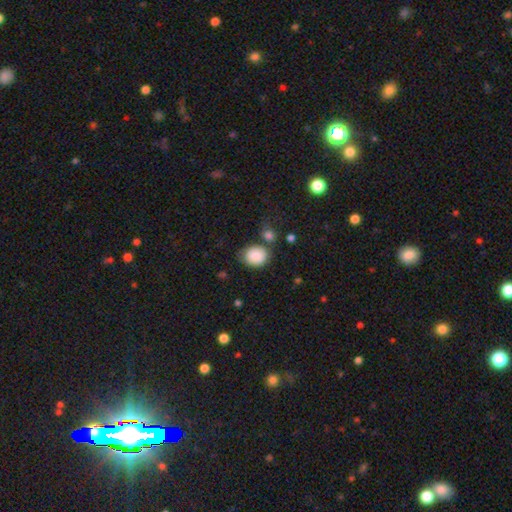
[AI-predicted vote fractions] The model was most divided on "how rounded": round: 54%, in between: 45%, cigar-shaped: 1%. More confident: smooth or featured — smooth (87%); merging — none (62%).